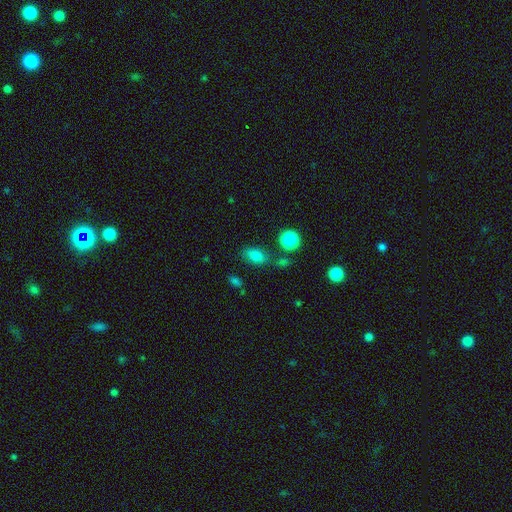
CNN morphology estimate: This is clearly a smooth galaxy (80%). How rounded: clearly in between (84%). Merging: likely none (71%).